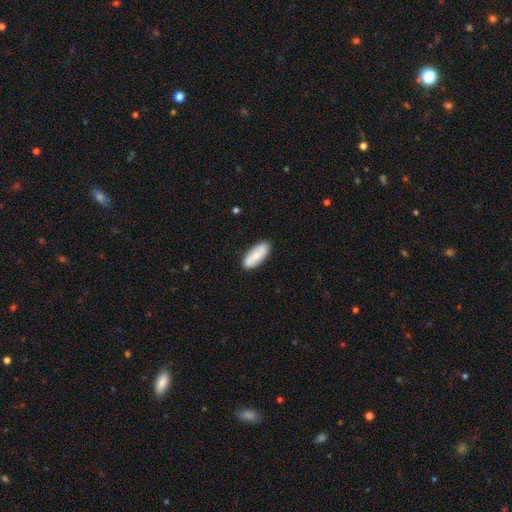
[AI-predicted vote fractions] Overall: smooth (73%). How rounded: in between (76%). Merging: none (87%).